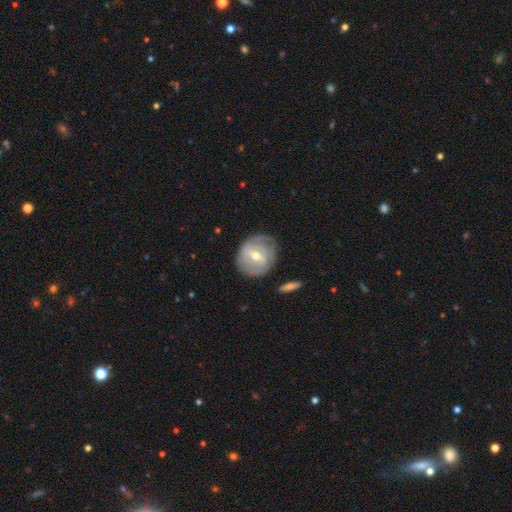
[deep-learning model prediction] This appears to be a featured or disk galaxy (71%) with a weak bar (54%), 2 (41%) tight (58%) spiral arms (76%) and a moderate central bulge (61%). Merging: none (73%).